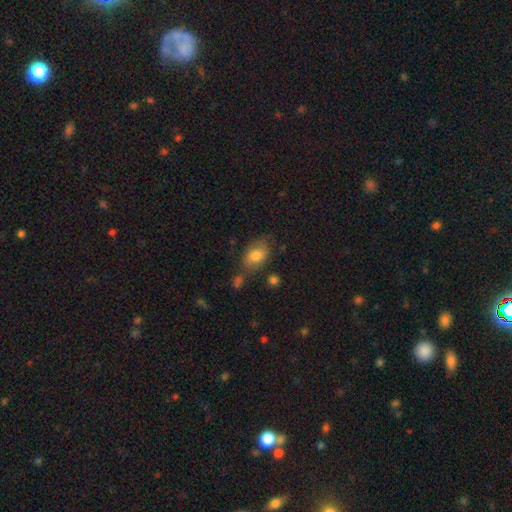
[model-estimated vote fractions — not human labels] Smooth or featured? smooth (75%)
How rounded? in between (85%)
Merging? none (60%)